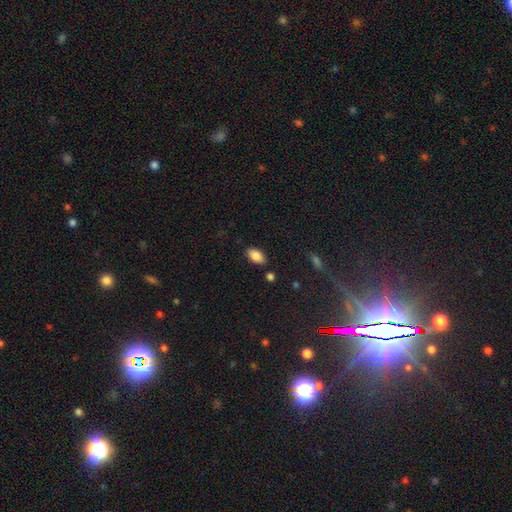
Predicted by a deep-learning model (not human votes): Smooth or featured? Predicted: smooth (p=0.86). How rounded? Predicted: in between (p=0.94). Merging? Predicted: none (p=0.84).